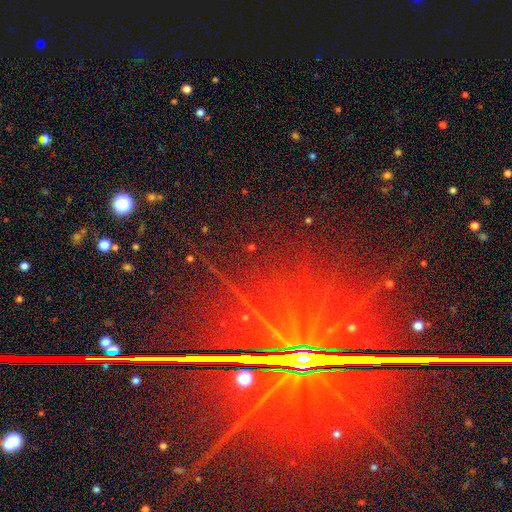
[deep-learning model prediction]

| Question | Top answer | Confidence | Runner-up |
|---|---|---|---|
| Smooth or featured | star or artifact | 83% | featured or disk (11%) |